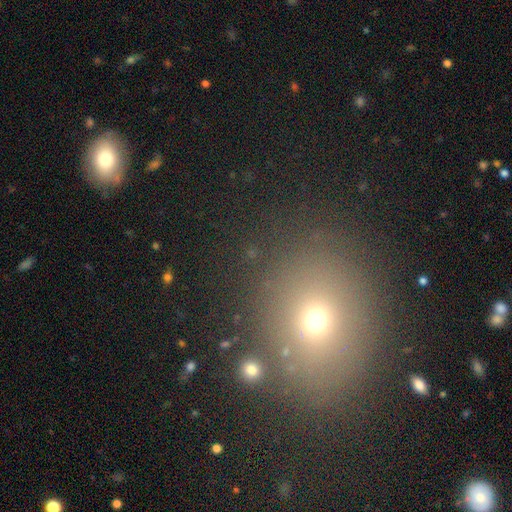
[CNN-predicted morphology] This is likely a smooth galaxy (60%). How rounded: likely round (66%). Merging: clearly none (82%).